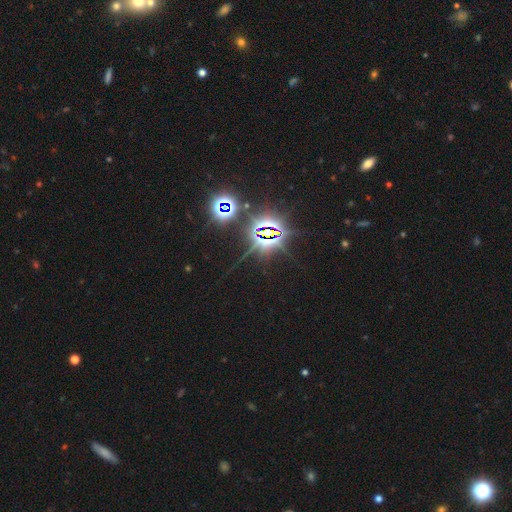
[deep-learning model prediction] A star or artifact, not a galaxy (84%).